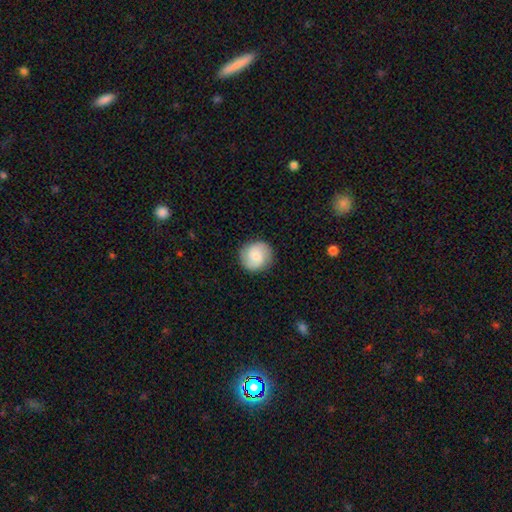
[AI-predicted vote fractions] smooth_or_featured: smooth (p=0.48) [alt: featured or disk p=0.45]
merging: none (p=0.88) [alt: minor disturbance p=0.09]